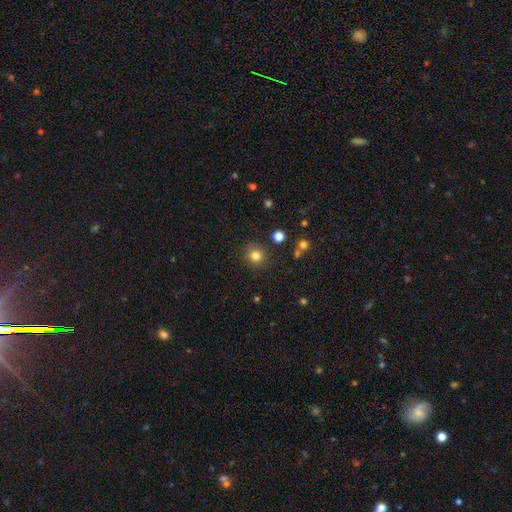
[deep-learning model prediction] This is clearly a smooth galaxy (81%). How rounded: clearly round (91%). Merging: clearly none (86%).